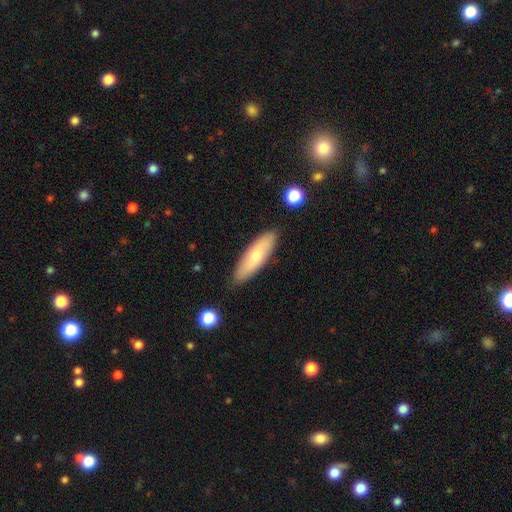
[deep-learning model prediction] Q: Smooth or featured?
A: smooth (68%); runner-up: featured or disk (26%)
Q: How rounded?
A: cigar-shaped (55%); runner-up: in between (43%)
Q: Merging?
A: none (85%); runner-up: minor disturbance (11%)